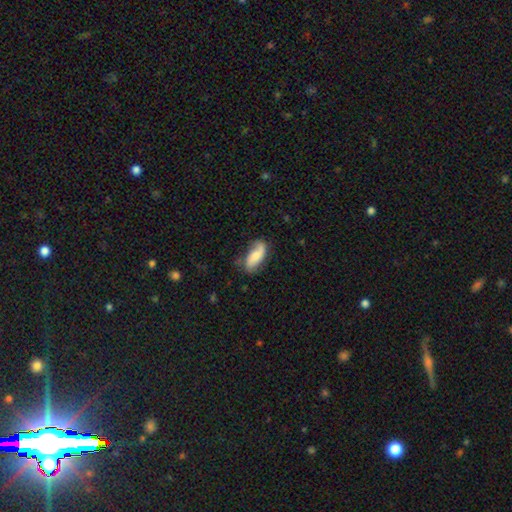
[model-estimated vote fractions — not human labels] Smooth or featured? smooth (52%)
How rounded? in between (83%)
Merging? none (66%)